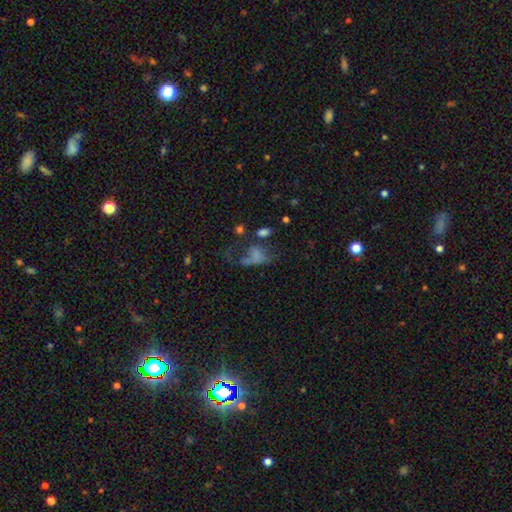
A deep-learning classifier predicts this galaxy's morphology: Smooth or featured? smooth (54%)
How rounded? in between (82%)
Merging? major disturbance (49%)